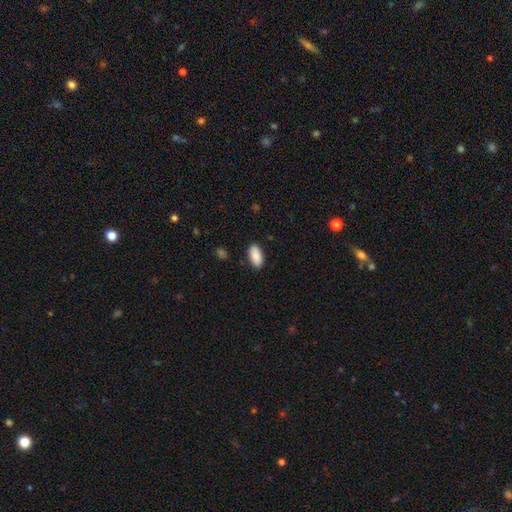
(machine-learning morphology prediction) Smooth or featured? smooth (88%)
How rounded? in between (93%)
Merging? none (88%)